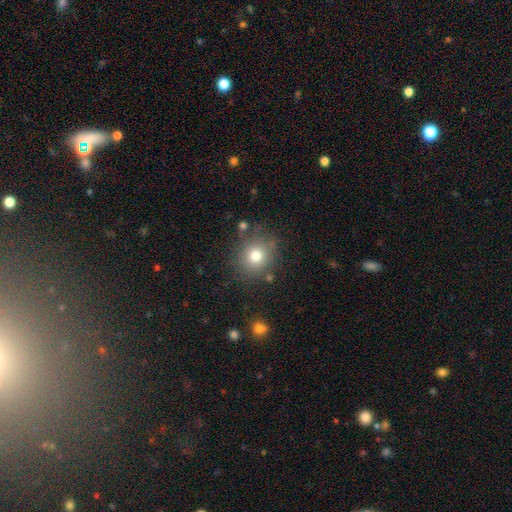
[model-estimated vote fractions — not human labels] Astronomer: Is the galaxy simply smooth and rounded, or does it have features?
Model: smooth — 76%.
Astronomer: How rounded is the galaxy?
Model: round — 82%.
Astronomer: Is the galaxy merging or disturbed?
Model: none — 80%.